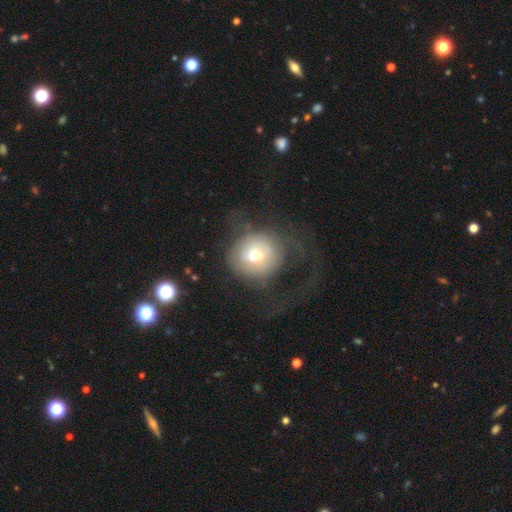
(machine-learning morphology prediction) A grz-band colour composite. It shows a smooth galaxy with no disk features (57%) that is round (88%). Merging: none (44%).